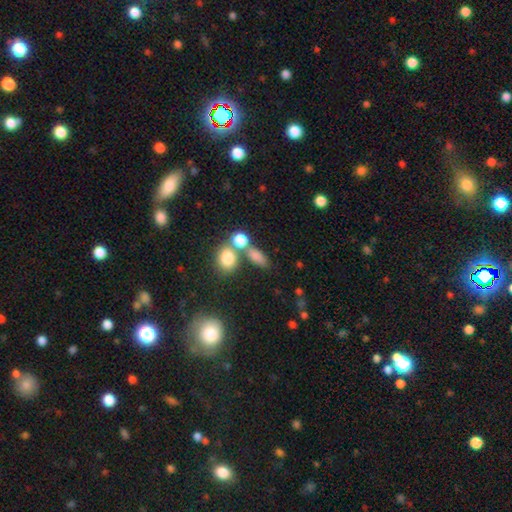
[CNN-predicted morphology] A smooth galaxy with no disk features (76%) that is in between round and cigar-shaped (62%).

Vote fractions:
- Smooth or featured? smooth: 76% / star or artifact: 14% / featured or disk: 10%
- How rounded? in between: 62% / round: 30% / cigar-shaped: 8%
- Merging? none: 50% / merger: 32% / minor disturbance: 11% / major disturbance: 6%